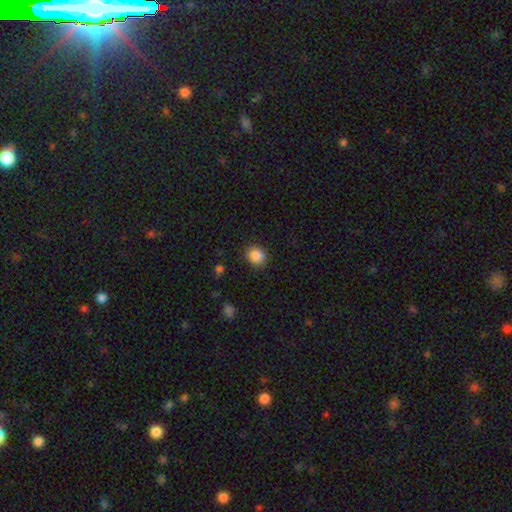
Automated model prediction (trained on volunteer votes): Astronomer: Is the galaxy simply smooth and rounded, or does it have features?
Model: smooth — 87%.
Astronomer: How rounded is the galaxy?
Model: round — 77%.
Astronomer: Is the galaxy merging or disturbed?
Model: none — 87%.